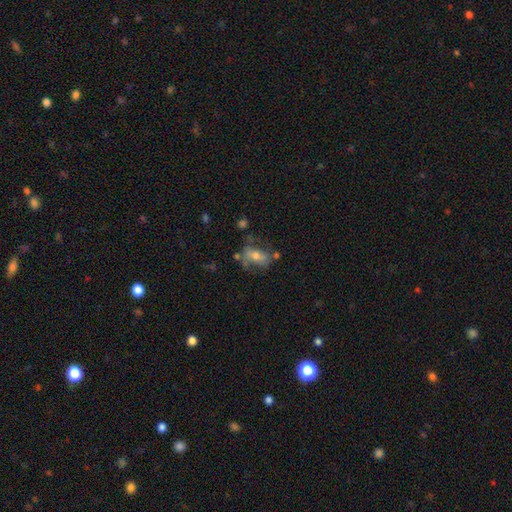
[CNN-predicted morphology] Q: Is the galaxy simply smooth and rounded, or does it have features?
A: featured or disk — 47%.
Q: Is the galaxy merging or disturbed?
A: none — 45%.